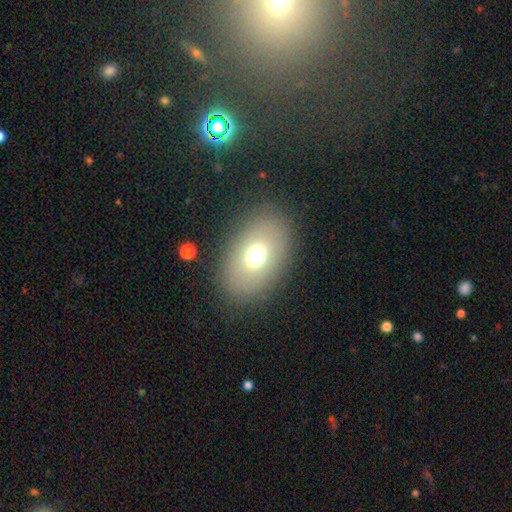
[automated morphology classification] Q: Smooth or featured?
A: smooth (67%); runner-up: featured or disk (20%)
Q: How rounded?
A: in between (81%); runner-up: round (18%)
Q: Merging?
A: none (85%); runner-up: minor disturbance (8%)